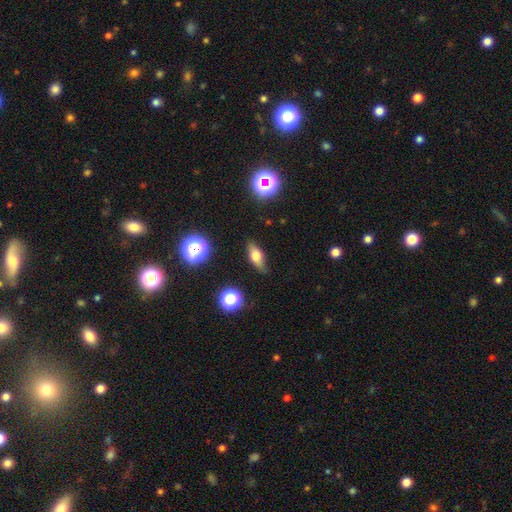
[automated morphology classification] This is likely a smooth galaxy (62%). How rounded: likely in between (70%). Merging: clearly none (81%).